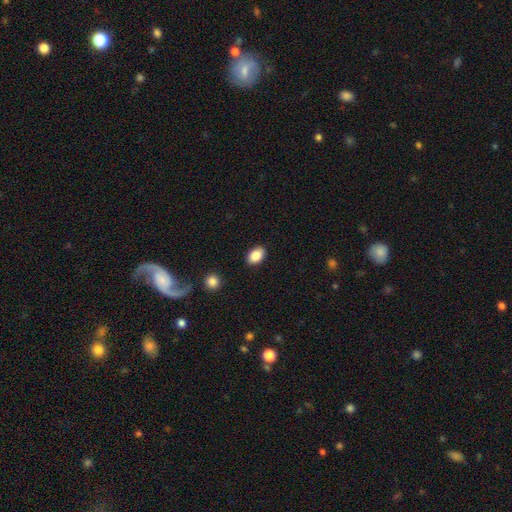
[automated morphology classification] Overall: smooth (86%). How rounded: in between (82%). Merging: none (88%).